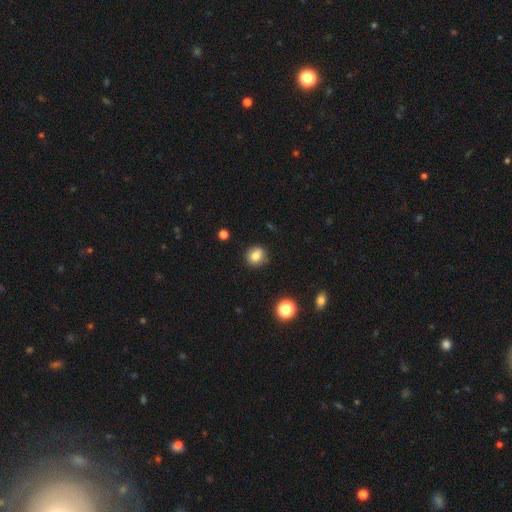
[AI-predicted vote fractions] Smooth or featured: smooth — 80% (star or artifact — 11%)
How rounded: round — 74% (in between — 25%)
Merging: none — 83% (minor disturbance — 12%)